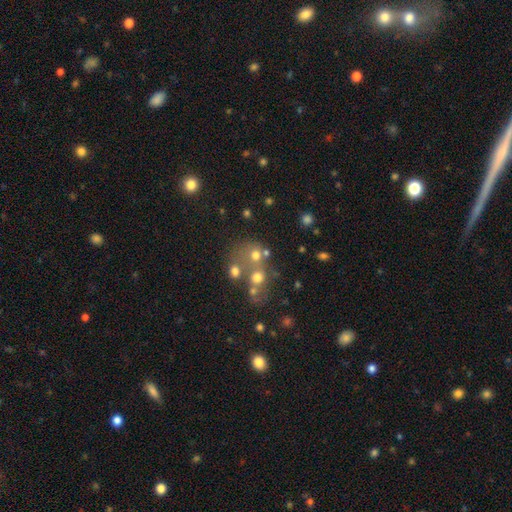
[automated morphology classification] Smooth or featured? smooth (55%)
How rounded? round (78%)
Merging? merger (43%)